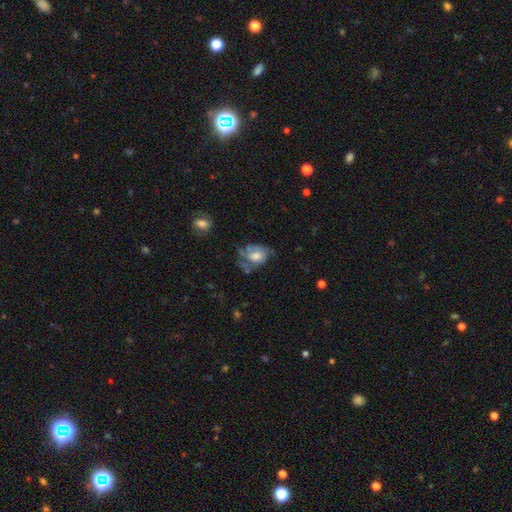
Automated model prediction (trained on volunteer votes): Q: Smooth or featured?
A: featured or disk (53%); runner-up: smooth (38%)
Q: Edge-on disk?
A: no (96%); runner-up: yes (4%)
Q: Bar?
A: no (73%); runner-up: weak (22%)
Q: Spiral arms?
A: yes (71%); runner-up: no (29%)
Q: Bulge size?
A: moderate (44%); runner-up: large (32%)
Q: Merging?
A: none (38%); runner-up: minor disturbance (29%)